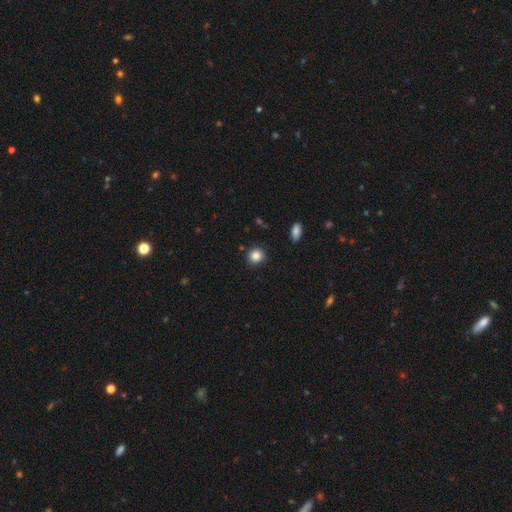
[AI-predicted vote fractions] A smooth galaxy with no disk features (85%) that is round (88%).

Vote fractions:
- Smooth or featured? smooth: 85% / star or artifact: 10% / featured or disk: 4%
- How rounded? round: 88% / in between: 11% / cigar-shaped: 1%
- Merging? none: 89% / minor disturbance: 7% / major disturbance: 2% / merger: 2%